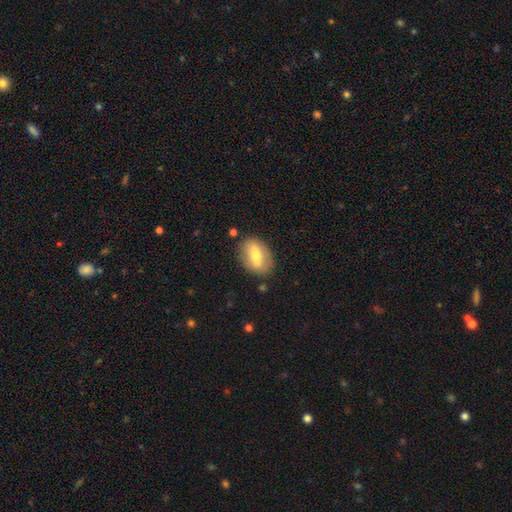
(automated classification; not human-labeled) This is possibly a smooth galaxy (56%). How rounded: clearly in between (82%). Merging: clearly none (80%).